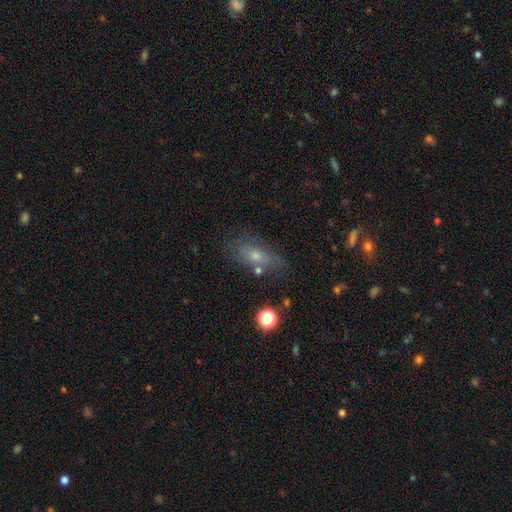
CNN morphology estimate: A smooth galaxy with no disk features (49%). Merging: none (58%).